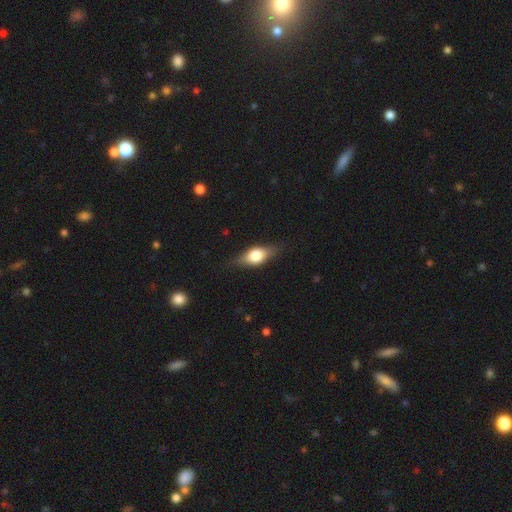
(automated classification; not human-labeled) Smooth or featured?
  - smooth: 48% *
  - featured or disk: 44%
  - star or artifact: 8%
Merging?
  - none: 80% *
  - minor disturbance: 15%
  - major disturbance: 4%
  - merger: 1%